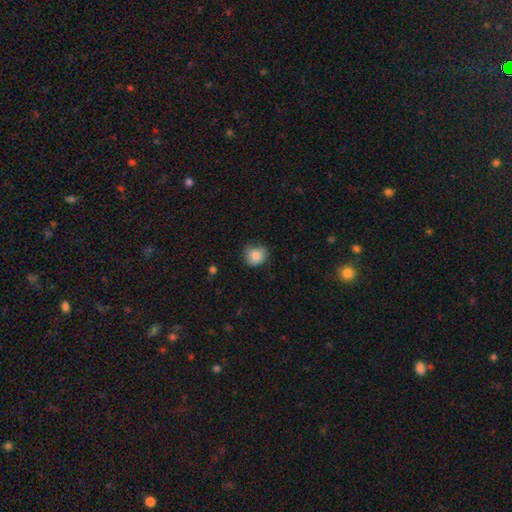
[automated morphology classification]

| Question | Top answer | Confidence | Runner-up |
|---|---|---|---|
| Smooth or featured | smooth | 85% | star or artifact (8%) |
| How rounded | round | 77% | in between (22%) |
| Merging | none | 72% | minor disturbance (23%) |